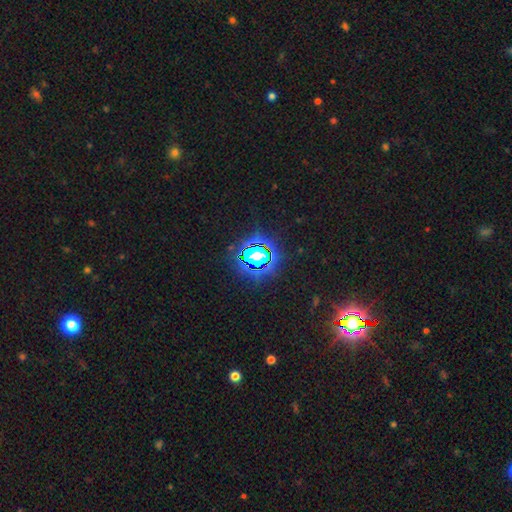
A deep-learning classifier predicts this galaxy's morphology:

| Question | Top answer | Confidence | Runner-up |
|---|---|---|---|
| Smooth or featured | star or artifact | 71% | smooth (18%) |